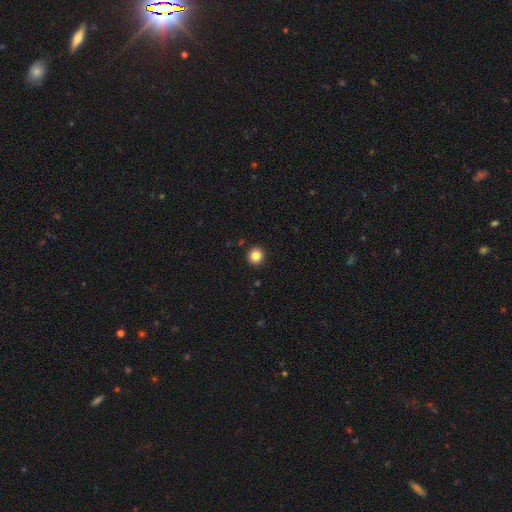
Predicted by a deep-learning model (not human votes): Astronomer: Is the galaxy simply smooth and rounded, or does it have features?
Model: smooth — 85%.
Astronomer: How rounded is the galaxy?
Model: round — 93%.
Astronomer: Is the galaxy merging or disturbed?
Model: none — 92%.